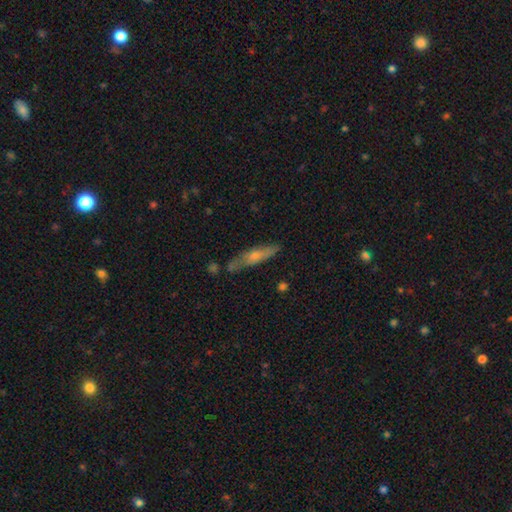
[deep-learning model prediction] This is possibly a smooth galaxy (54%). How rounded: likely cigar-shaped (77%). Merging: likely none (69%).